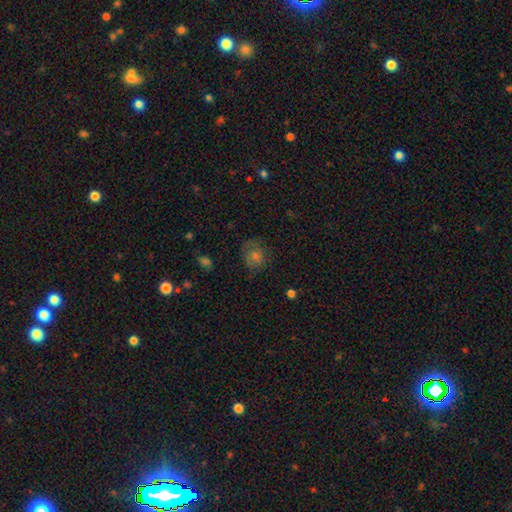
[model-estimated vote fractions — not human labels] Smooth or featured? smooth (53%)
How rounded? round (73%)
Merging? none (72%)